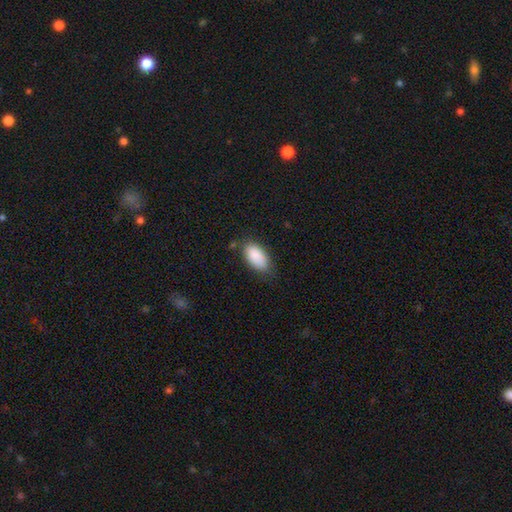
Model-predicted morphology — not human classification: A smooth galaxy with no disk features (87%) that is in between round and cigar-shaped (94%).

Vote fractions:
- Smooth or featured? smooth: 87% / star or artifact: 6% / featured or disk: 6%
- How rounded? in between: 94% / cigar-shaped: 3% / round: 3%
- Merging? none: 72% / minor disturbance: 22% / major disturbance: 4% / merger: 2%